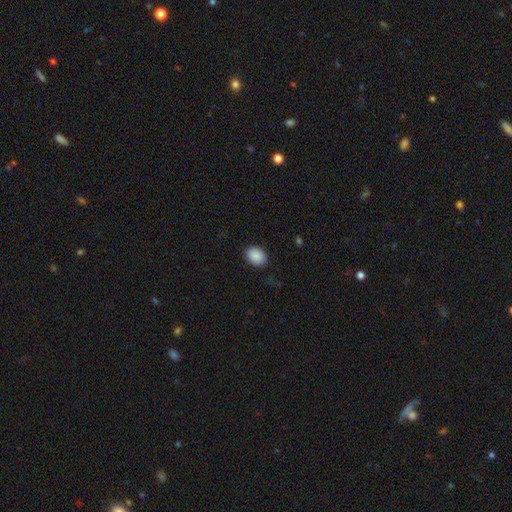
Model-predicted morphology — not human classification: This appears to be a smooth galaxy with no disk features (90%) that is in between round and cigar-shaped (63%). Merging: none (88%).